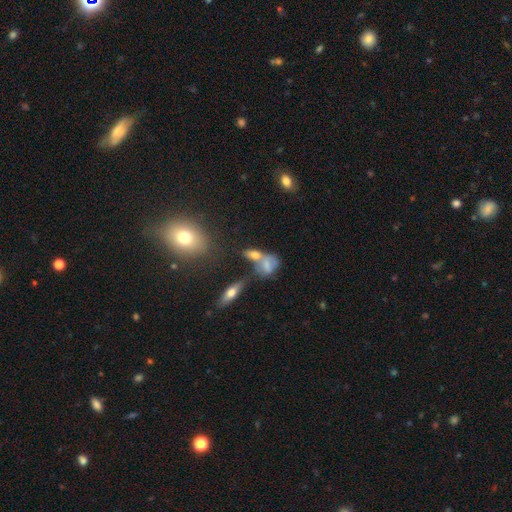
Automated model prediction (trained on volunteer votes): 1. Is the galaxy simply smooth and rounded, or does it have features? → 52% smooth, 31% featured or disk, 17% star or artifact.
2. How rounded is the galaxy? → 66% in between, 23% round, 11% cigar-shaped.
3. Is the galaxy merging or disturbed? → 40% none, 34% merger, 16% minor disturbance, 11% major disturbance.